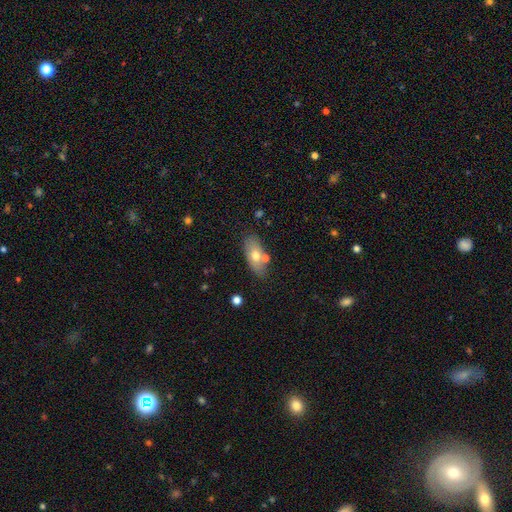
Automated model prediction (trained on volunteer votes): Smooth or featured?
  - smooth: 66% *
  - featured or disk: 27%
  - star or artifact: 7%
How rounded?
  - in between: 86% *
  - cigar-shaped: 9%
  - round: 5%
Merging?
  - none: 71% *
  - minor disturbance: 14%
  - merger: 12%
  - major disturbance: 3%